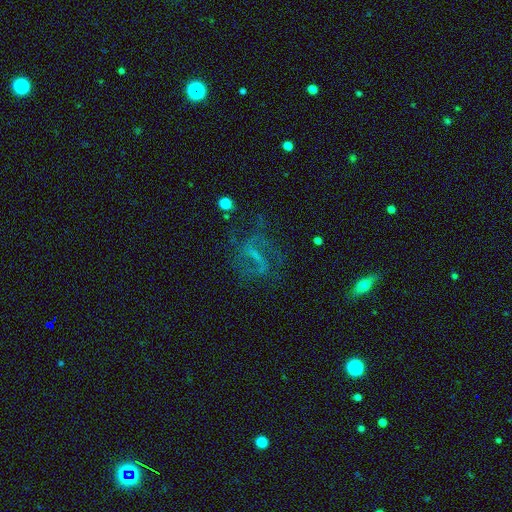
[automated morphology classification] This appears to be a featured or disk galaxy (64%) with a weak bar (40%), spiral arms (75%) and no central bulge (55%). Merging: none (55%).